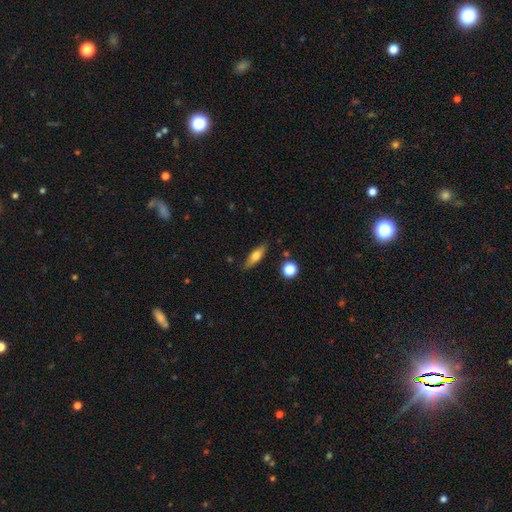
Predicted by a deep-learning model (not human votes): The model was most divided on "how rounded": in between: 50%, cigar-shaped: 45%, round: 4%. More confident: merging — none (83%); smooth or featured — smooth (65%).